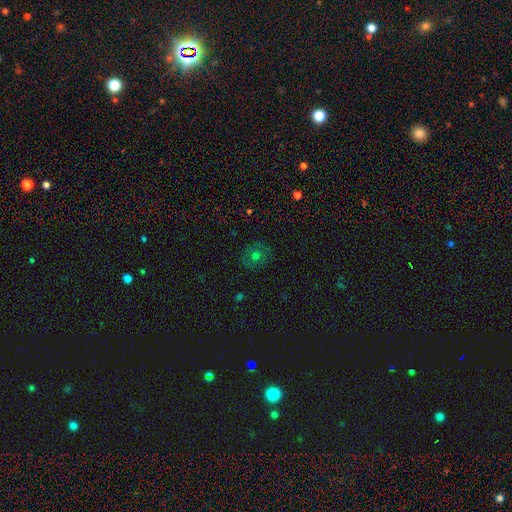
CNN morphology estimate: Overall: smooth (50%; featured or disk 34%). How rounded: round (76%). Merging: none (81%).